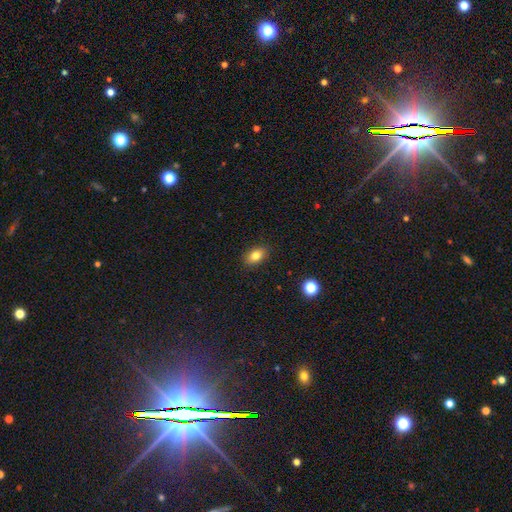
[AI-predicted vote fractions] smooth-or-featured: smooth: 81% | featured or disk: 10% | star or artifact: 10%
  how-rounded: in between: 85% | round: 12% | cigar-shaped: 3%
  merging: none: 88% | minor disturbance: 9% | major disturbance: 2% | merger: 1%